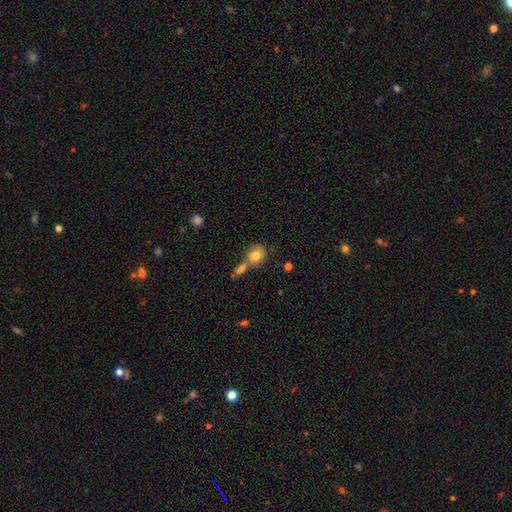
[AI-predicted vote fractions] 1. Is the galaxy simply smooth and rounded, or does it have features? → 81% smooth, 10% featured or disk, 9% star or artifact.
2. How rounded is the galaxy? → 68% round, 30% in between, 2% cigar-shaped.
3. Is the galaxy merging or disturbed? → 49% none, 36% merger, 11% minor disturbance, 4% major disturbance.